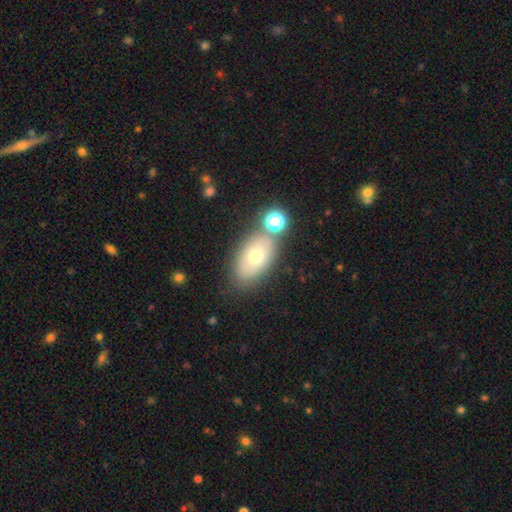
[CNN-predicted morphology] A smooth galaxy with no disk features (62%) that is in between round and cigar-shaped (87%). Merging: none (68%).